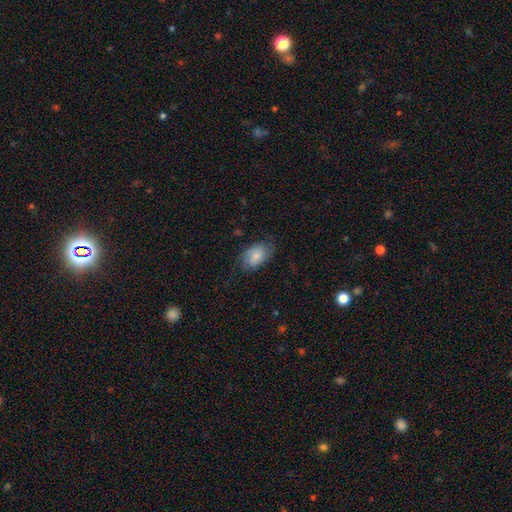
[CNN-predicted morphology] Overall: smooth (63%; featured or disk 30%). How rounded: in between (89%). Merging: none (65%).